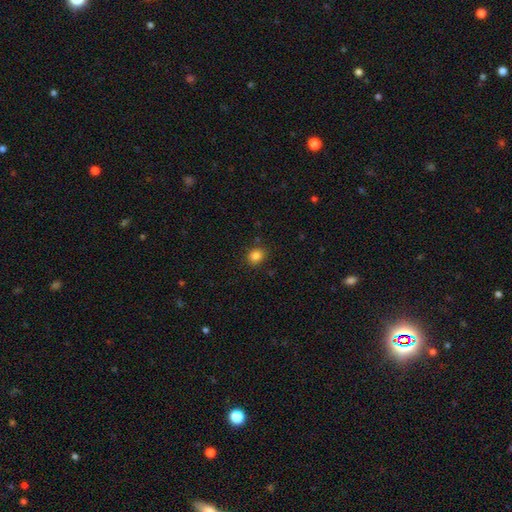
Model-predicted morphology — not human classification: Overall: smooth (84%). How rounded: round (74%). Merging: none (86%).